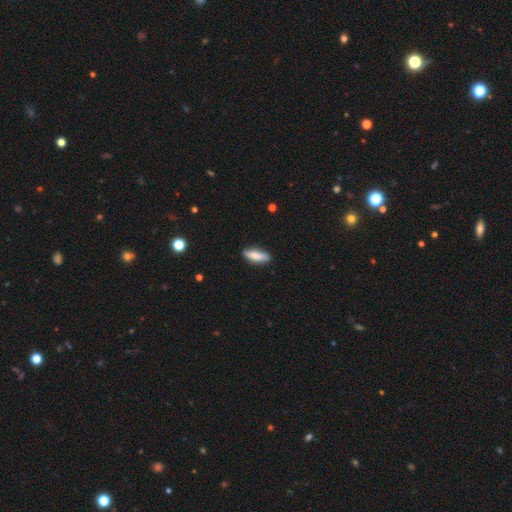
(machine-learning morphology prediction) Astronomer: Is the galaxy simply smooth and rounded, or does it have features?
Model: smooth — 76%.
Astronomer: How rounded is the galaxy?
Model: in between — 51% (runner-up: cigar-shaped, 47%).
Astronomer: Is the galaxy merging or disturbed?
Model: none — 86%.